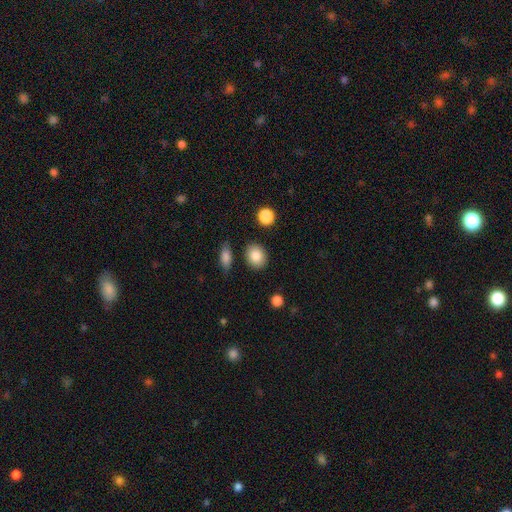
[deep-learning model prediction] smooth 86%, star or artifact 8%, featured or disk 6%. Down the decision tree: how rounded — round (56%); merging — none (84%).